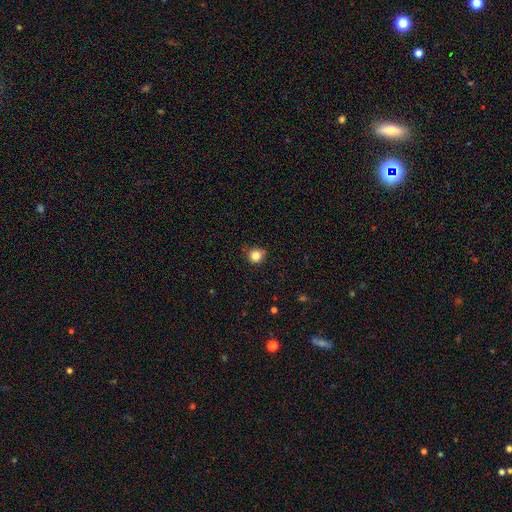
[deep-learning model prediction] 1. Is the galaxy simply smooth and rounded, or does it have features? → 83% smooth, 12% star or artifact, 5% featured or disk.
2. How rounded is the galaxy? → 93% round, 6% in between, 1% cigar-shaped.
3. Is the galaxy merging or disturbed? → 83% none, 13% minor disturbance, 3% major disturbance, 2% merger.